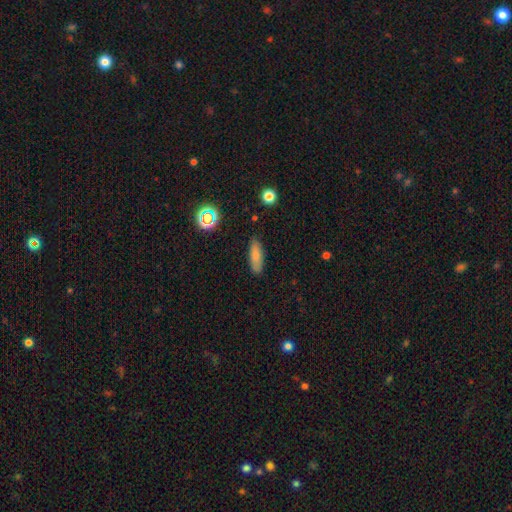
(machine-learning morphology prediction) This is likely a smooth galaxy (78%). How rounded: likely in between (60%). Merging: clearly none (85%).